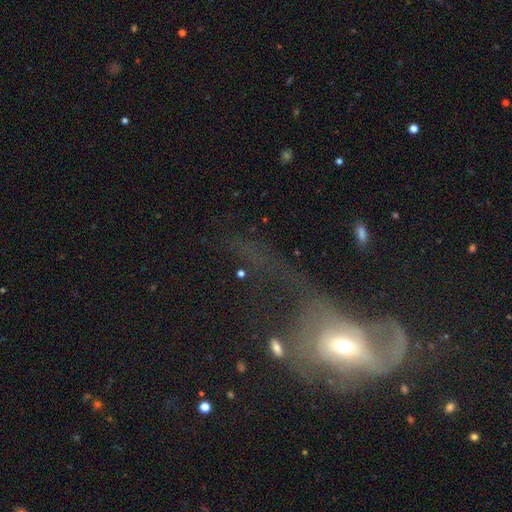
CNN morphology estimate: Smooth or featured? Predicted: featured or disk (p=0.59). Edge-on disk? Predicted: no (p=0.92). Bar? Predicted: no (p=0.55). Spiral arms? Predicted: yes (p=0.56). Bulge size? Predicted: moderate (p=0.60). Merging? Predicted: major disturbance (p=0.55).